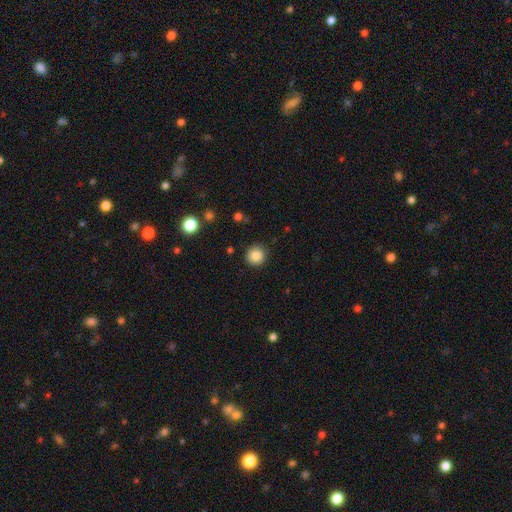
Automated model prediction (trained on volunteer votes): Q: Smooth or featured?
A: smooth (85%); runner-up: star or artifact (10%)
Q: How rounded?
A: round (95%); runner-up: in between (4%)
Q: Merging?
A: none (91%); runner-up: minor disturbance (6%)